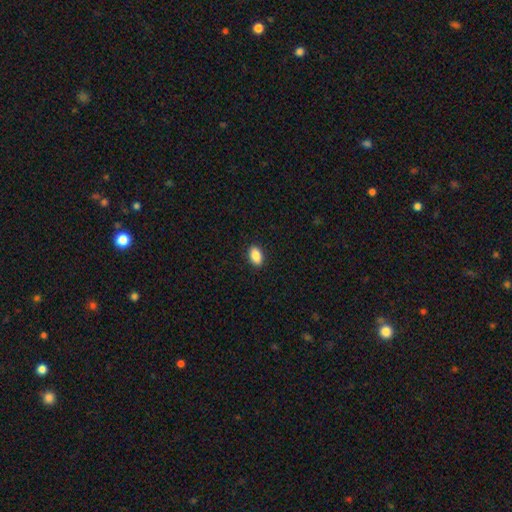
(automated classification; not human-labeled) smooth-or-featured: smooth: 89% | star or artifact: 7% | featured or disk: 4%
  how-rounded: in between: 90% | round: 8% | cigar-shaped: 2%
  merging: none: 90% | minor disturbance: 7% | major disturbance: 2% | merger: 1%